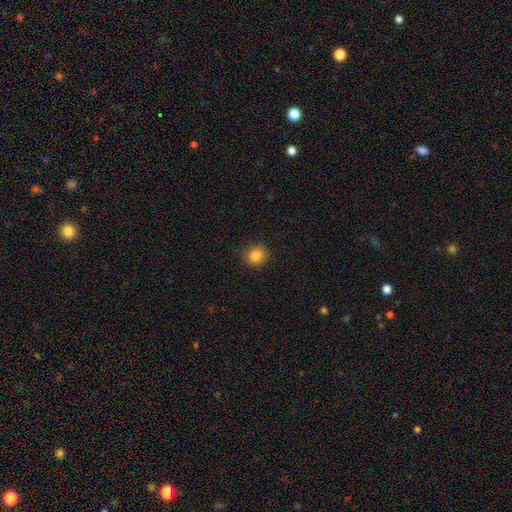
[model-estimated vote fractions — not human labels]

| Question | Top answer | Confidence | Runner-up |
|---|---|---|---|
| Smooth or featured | smooth | 85% | star or artifact (11%) |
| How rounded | round | 78% | in between (21%) |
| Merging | none | 88% | minor disturbance (9%) |